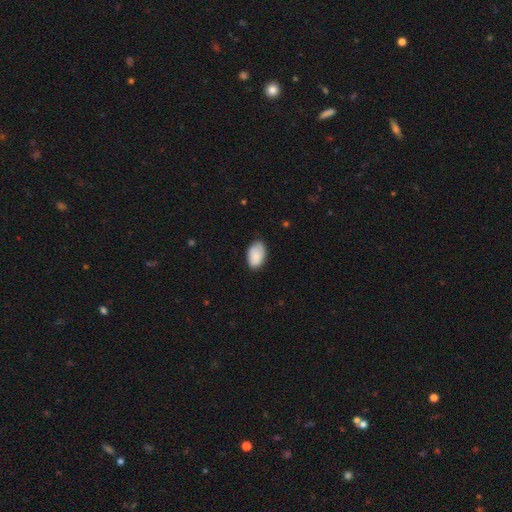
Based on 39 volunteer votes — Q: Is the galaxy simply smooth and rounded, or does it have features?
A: smooth — 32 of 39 (82%).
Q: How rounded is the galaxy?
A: in between — 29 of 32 (91%).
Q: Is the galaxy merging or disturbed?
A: none — 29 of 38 (76%).